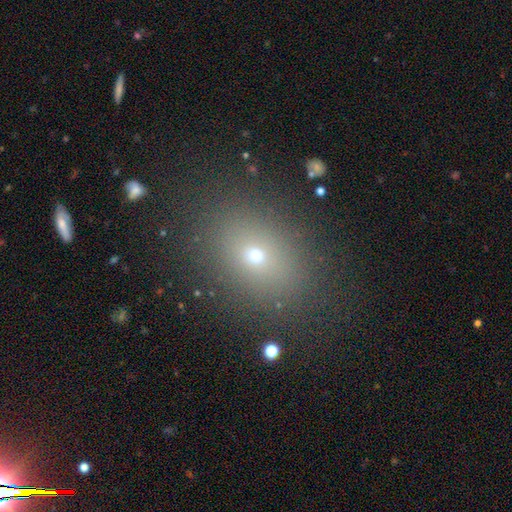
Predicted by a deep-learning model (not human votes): smooth 65%, star or artifact 22%, featured or disk 13%. Down the decision tree: how rounded — in between (59%); merging — none (86%).